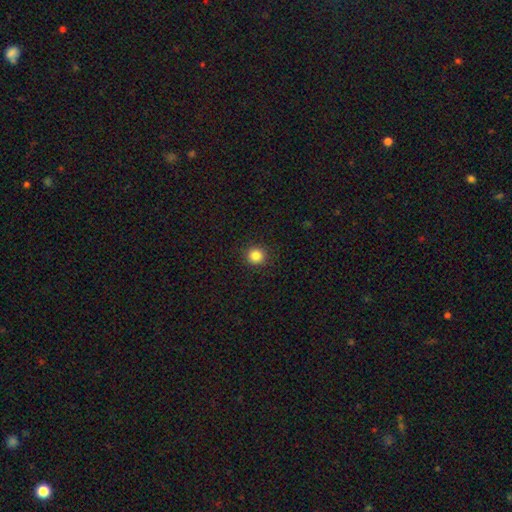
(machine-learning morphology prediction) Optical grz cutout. It shows a smooth galaxy with no disk features (85%) that is round (94%). Merging: none (92%).